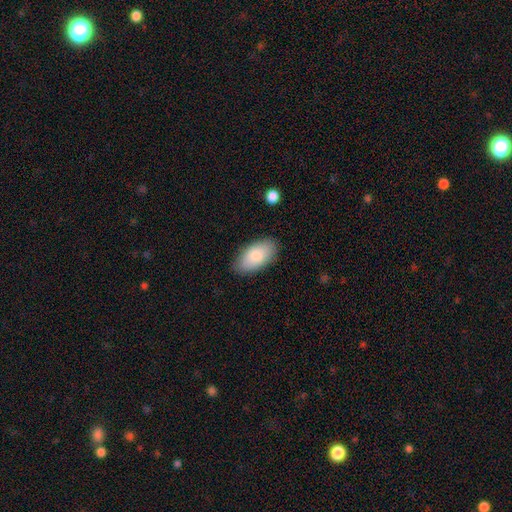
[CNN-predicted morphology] smooth 83%, featured or disk 11%, star or artifact 6%. Down the decision tree: how rounded — in between (94%); merging — none (84%).